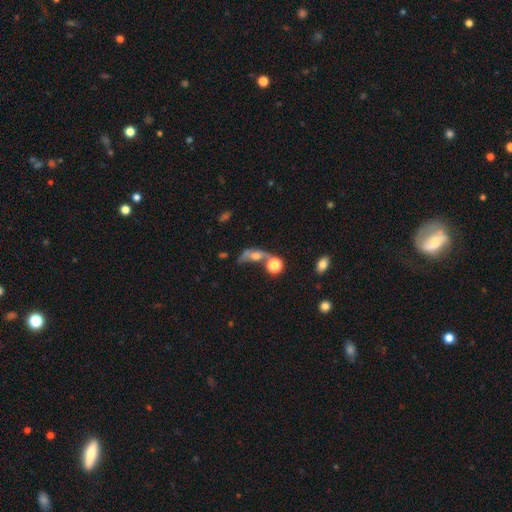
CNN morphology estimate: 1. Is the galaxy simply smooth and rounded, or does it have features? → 48% smooth, 36% featured or disk, 16% star or artifact.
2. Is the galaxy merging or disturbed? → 34% merger, 26% major disturbance, 25% none, 15% minor disturbance.